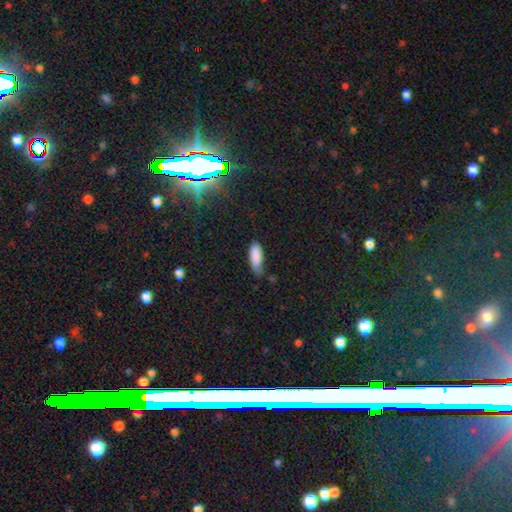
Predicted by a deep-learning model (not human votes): smooth-or-featured: smooth: 86% | star or artifact: 7% | featured or disk: 7%
  how-rounded: in between: 54% | cigar-shaped: 44% | round: 2%
  merging: none: 53% | minor disturbance: 36% | major disturbance: 8% | merger: 4%